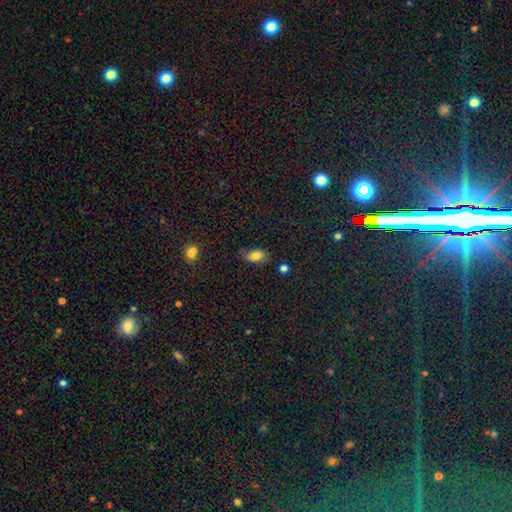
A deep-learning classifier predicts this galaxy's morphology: This appears to be a smooth galaxy with no disk features (79%) that is in between round and cigar-shaped (89%). Merging: none (70%).